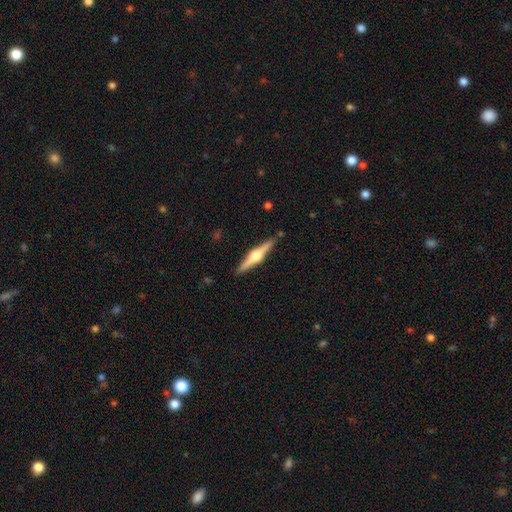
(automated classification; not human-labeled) smooth_or_featured: featured or disk (p=0.79) [alt: smooth p=0.17]
disk_edge_on: yes (p=0.98) [alt: no p=0.02]
edge_on_bulge: rounded (p=0.95) [alt: boxy p=0.03]
merging: none (p=0.90) [alt: minor disturbance p=0.07]